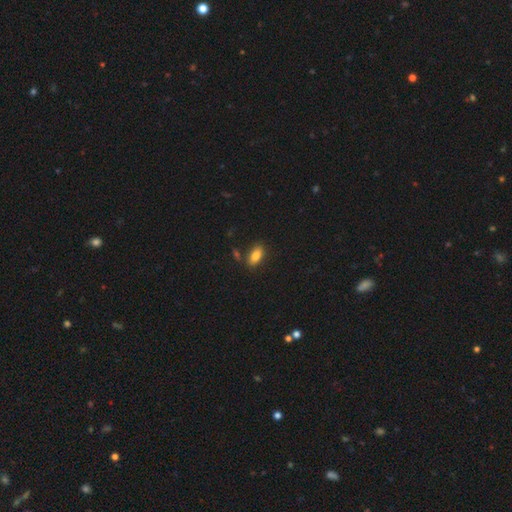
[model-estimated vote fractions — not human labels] This appears to be a smooth galaxy with no disk features (85%) that is in between round and cigar-shaped (88%). Merging: none (80%).